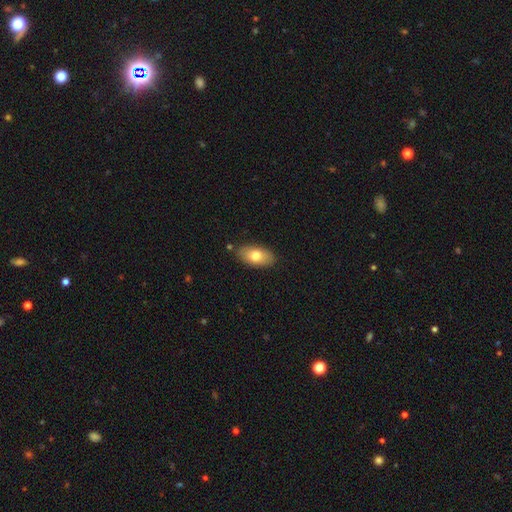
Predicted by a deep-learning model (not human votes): Morphology: type=smooth (74%); roundness=in between (91%); merging=none (84%).